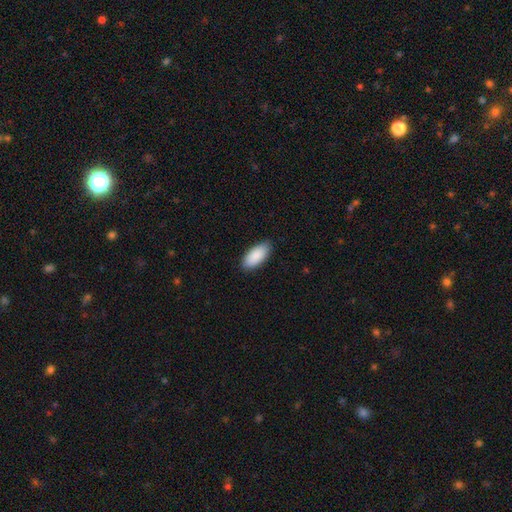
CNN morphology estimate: smooth_or_featured: smooth (p=0.90) [alt: star or artifact p=0.06]
how_rounded: in between (p=0.91) [alt: cigar-shaped p=0.07]
merging: none (p=0.86) [alt: minor disturbance p=0.11]